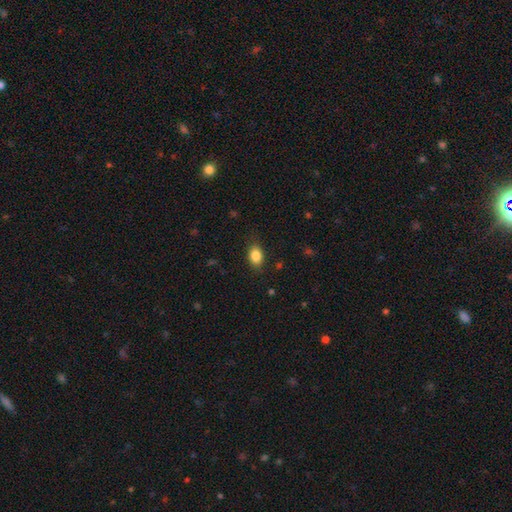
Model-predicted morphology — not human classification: smooth_or_featured: smooth (p=0.85) [alt: star or artifact p=0.09]
how_rounded: in between (p=0.81) [alt: round p=0.17]
merging: none (p=0.84) [alt: minor disturbance p=0.12]